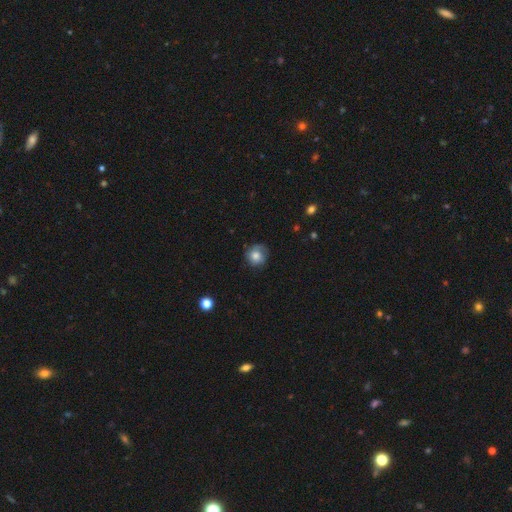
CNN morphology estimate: smooth 71%, featured or disk 20%, star or artifact 9%. Down the decision tree: how rounded — round (86%); merging — none (67%).